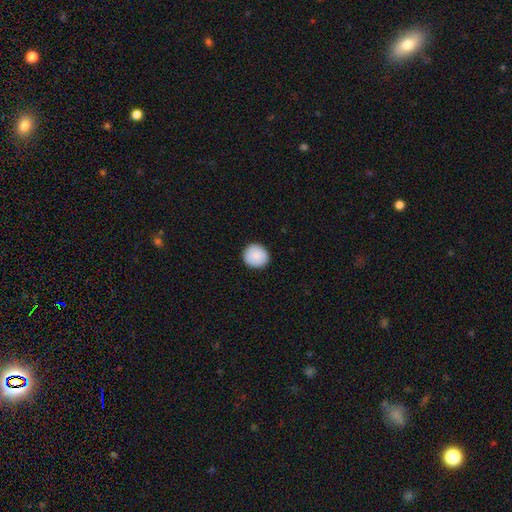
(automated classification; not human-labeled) This appears to be a smooth galaxy with no disk features (88%) that is round (90%). Merging: none (91%).